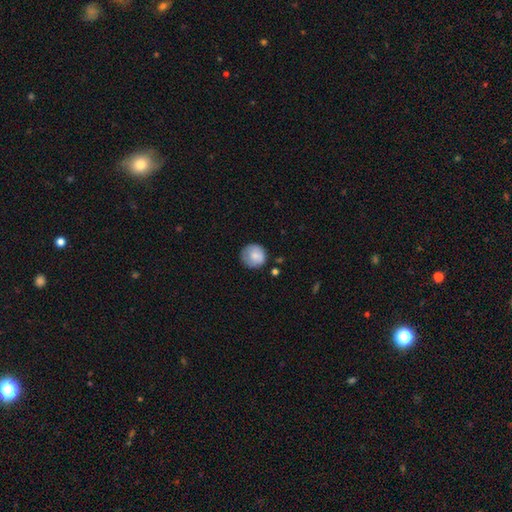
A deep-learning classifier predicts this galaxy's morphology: Smooth or featured?
  - smooth: 78% *
  - featured or disk: 15%
  - star or artifact: 7%
How rounded?
  - round: 92% *
  - in between: 7%
  - cigar-shaped: 1%
Merging?
  - none: 75% *
  - minor disturbance: 18%
  - major disturbance: 5%
  - merger: 2%